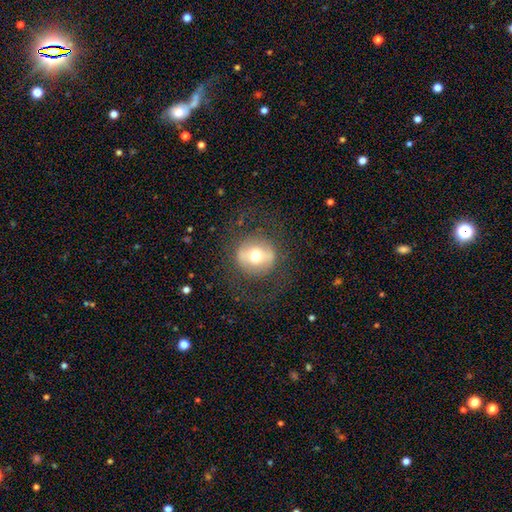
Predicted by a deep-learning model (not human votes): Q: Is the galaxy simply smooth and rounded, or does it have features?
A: smooth — 47%.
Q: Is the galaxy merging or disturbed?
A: none — 75%.